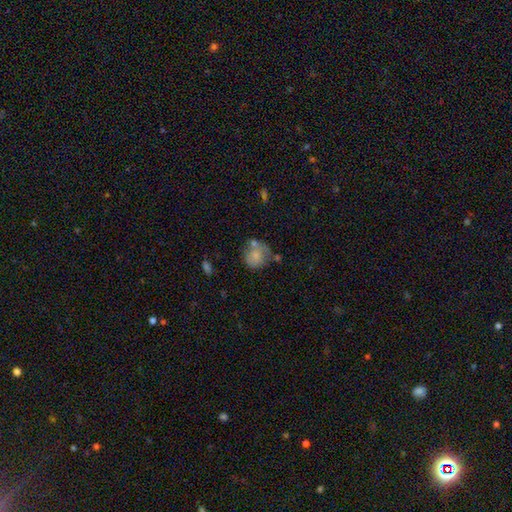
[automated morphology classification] smooth_or_featured: smooth (p=0.74) [alt: featured or disk p=0.17]
how_rounded: round (p=0.78) [alt: in between p=0.21]
merging: none (p=0.47) [alt: minor disturbance p=0.22]